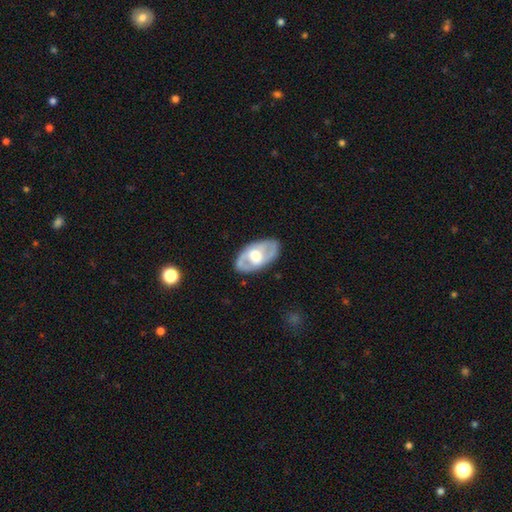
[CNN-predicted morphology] Smooth or featured? featured or disk (69%)
Edge-on disk? no (90%)
Bar? no (53%)
Spiral arms? yes (60%)
Bulge size? moderate (53%)
Merging? none (83%)